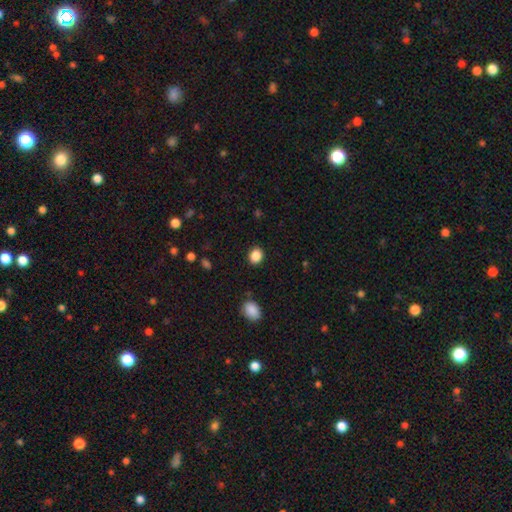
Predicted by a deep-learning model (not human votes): Q: Smooth or featured?
A: smooth (88%); runner-up: star or artifact (9%)
Q: How rounded?
A: round (60%); runner-up: in between (39%)
Q: Merging?
A: none (88%); runner-up: minor disturbance (8%)